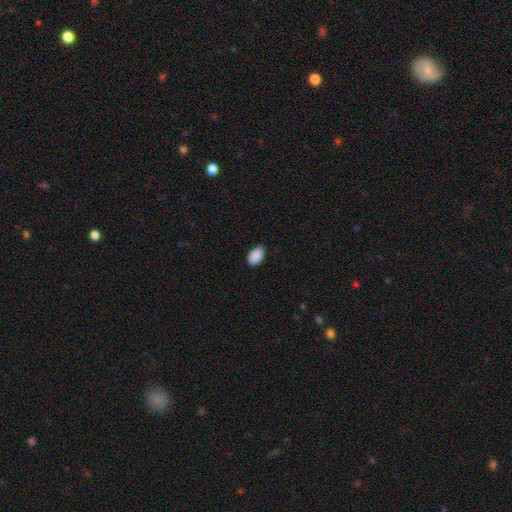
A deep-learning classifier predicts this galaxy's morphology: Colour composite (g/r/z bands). It shows a smooth galaxy with no disk features (90%) that is in between round and cigar-shaped (93%). Merging: none (85%).